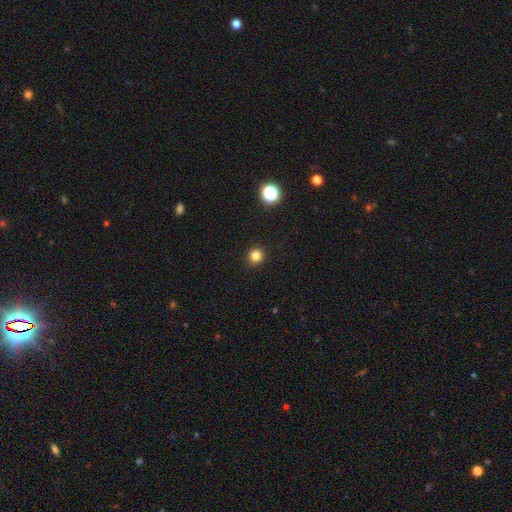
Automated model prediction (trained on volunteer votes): A smooth galaxy with no disk features (82%) that is round (93%). Merging: none (92%).